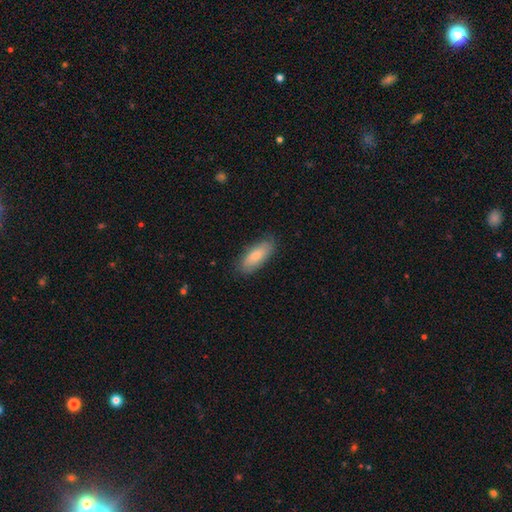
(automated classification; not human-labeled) Morphology: type=smooth (80%); roundness=in between (77%); merging=none (81%).